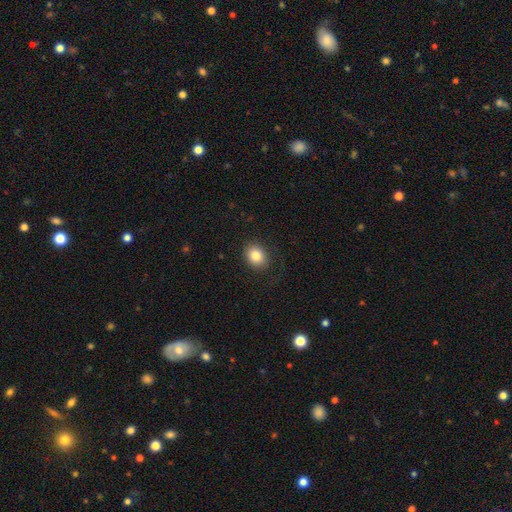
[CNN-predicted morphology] Smooth or featured?
  - smooth: 83% *
  - star or artifact: 9%
  - featured or disk: 8%
How rounded?
  - round: 53% *
  - in between: 46%
  - cigar-shaped: 1%
Merging?
  - none: 85% *
  - minor disturbance: 10%
  - major disturbance: 4%
  - merger: 1%